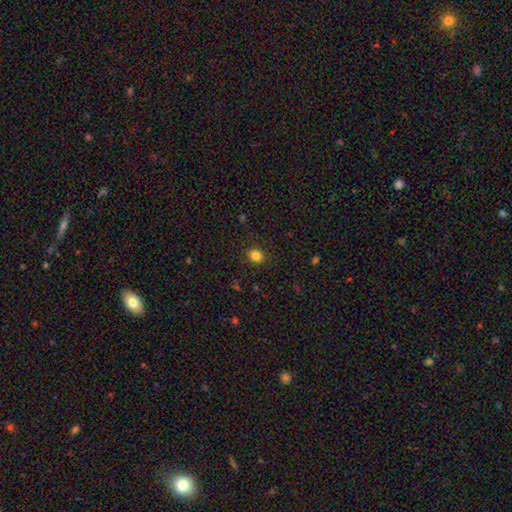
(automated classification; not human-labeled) Q: Smooth or featured?
A: smooth (83%); runner-up: star or artifact (12%)
Q: How rounded?
A: round (71%); runner-up: in between (28%)
Q: Merging?
A: none (89%); runner-up: minor disturbance (8%)